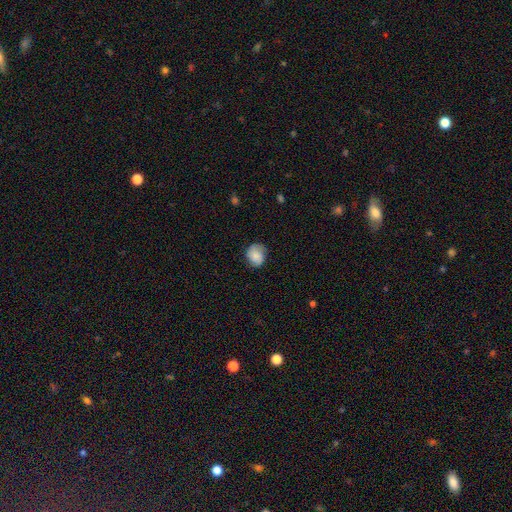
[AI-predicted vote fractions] The model was most divided on "how rounded": round: 69%, in between: 30%, cigar-shaped: 1%. More confident: smooth or featured — smooth (71%); merging — none (69%).